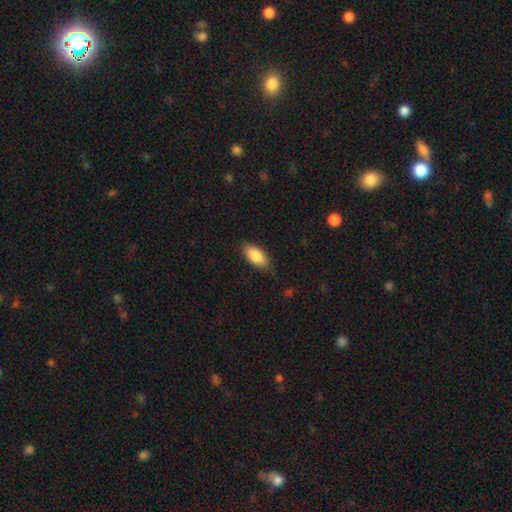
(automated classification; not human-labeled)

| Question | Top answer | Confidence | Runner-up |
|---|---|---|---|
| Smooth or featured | smooth | 86% | featured or disk (8%) |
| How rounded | in between | 91% | cigar-shaped (6%) |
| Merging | none | 81% | minor disturbance (15%) |